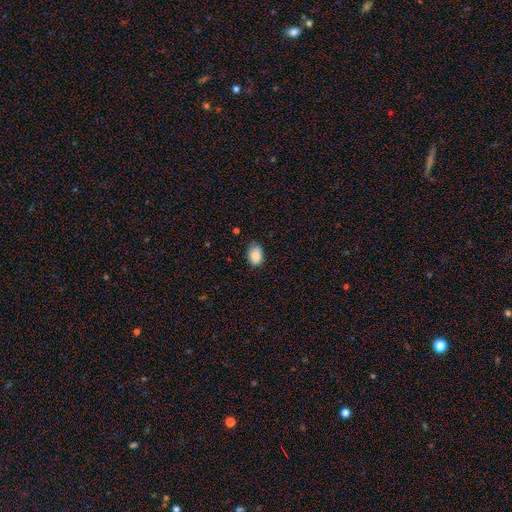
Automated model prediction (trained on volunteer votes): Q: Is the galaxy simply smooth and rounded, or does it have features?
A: smooth — 86%.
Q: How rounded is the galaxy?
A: in between — 80%.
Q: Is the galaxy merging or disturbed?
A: none — 73%.